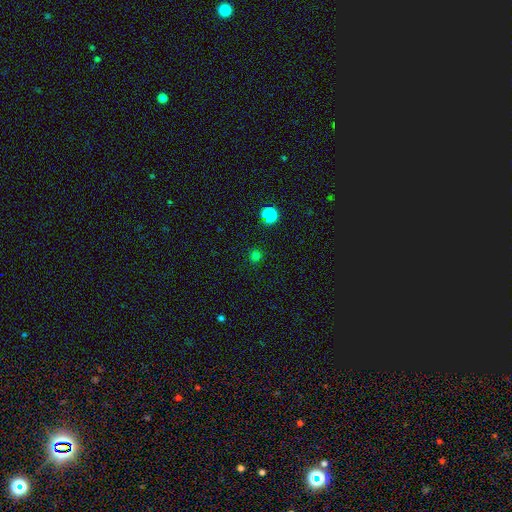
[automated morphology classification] This is likely a smooth galaxy (71%). How rounded: clearly round (93%). Merging: clearly none (89%).